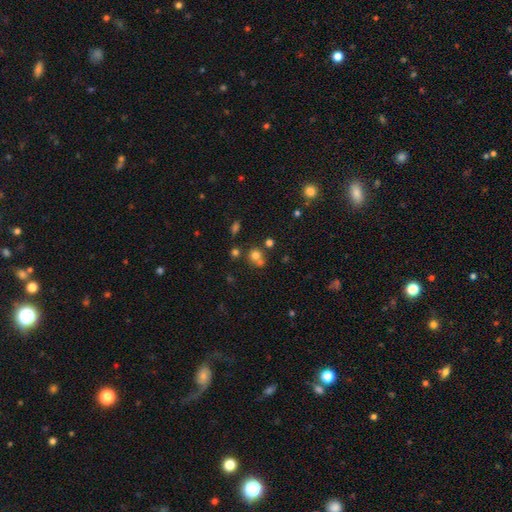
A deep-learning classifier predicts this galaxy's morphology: smooth 69%, star or artifact 20%, featured or disk 12%. Down the decision tree: how rounded — round (84%); merging — none (52%).